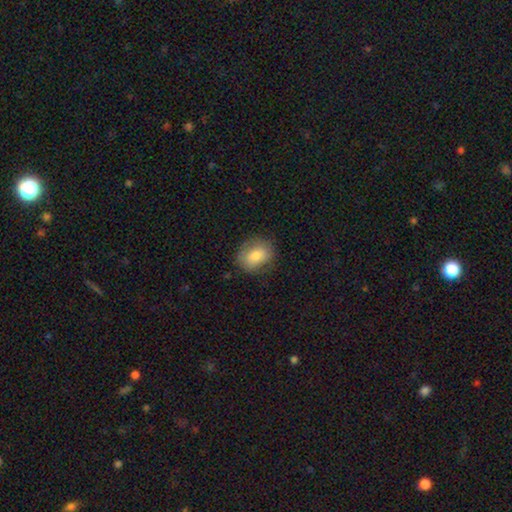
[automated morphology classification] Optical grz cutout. It shows a smooth galaxy with no disk features (76%) that is in between round and cigar-shaped (56%). Merging: none (75%).